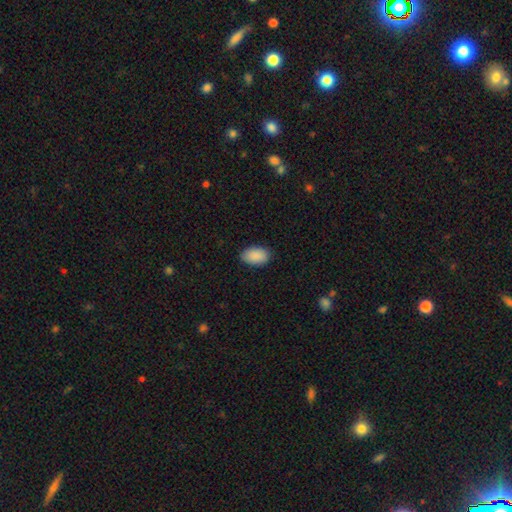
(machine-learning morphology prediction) Smooth or featured? Predicted: smooth (p=0.90). How rounded? Predicted: in between (p=0.93). Merging? Predicted: none (p=0.85).